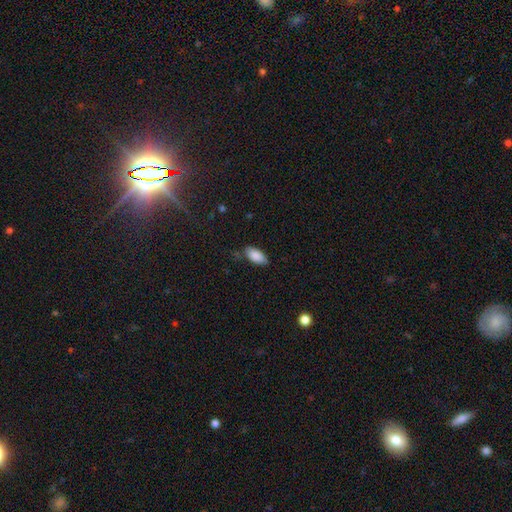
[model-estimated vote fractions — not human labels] Smooth or featured? Predicted: smooth (p=0.87). How rounded? Predicted: in between (p=0.91). Merging? Predicted: none (p=0.76).